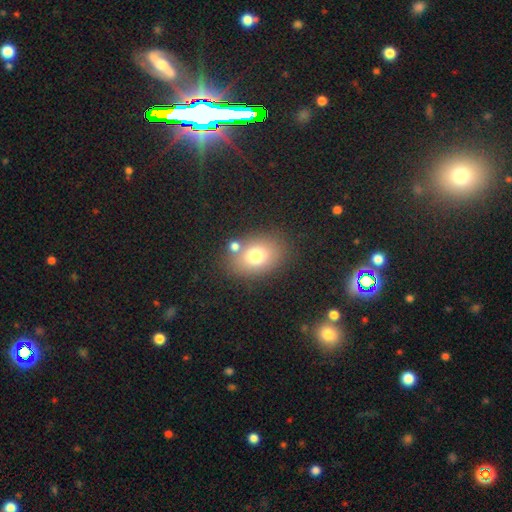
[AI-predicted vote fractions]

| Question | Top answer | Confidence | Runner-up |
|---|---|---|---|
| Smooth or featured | smooth | 75% | featured or disk (13%) |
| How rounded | in between | 69% | round (30%) |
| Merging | none | 73% | minor disturbance (12%) |